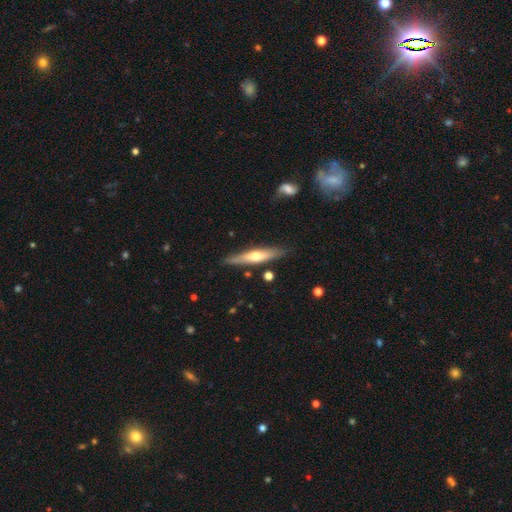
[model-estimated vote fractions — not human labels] Overall: featured or disk (52%; smooth 43%). Edge-on disk: yes (89%). Merging: none (83%).